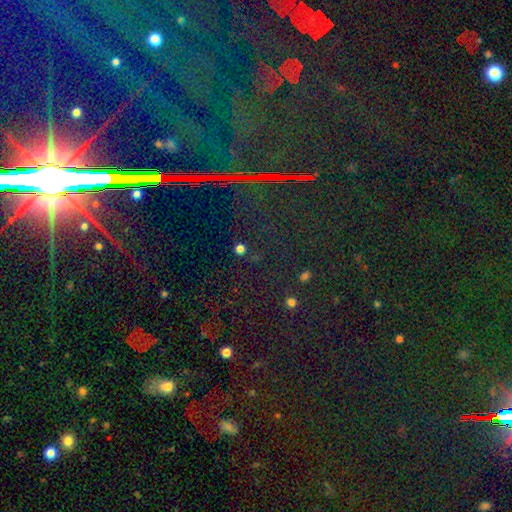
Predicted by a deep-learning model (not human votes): This is clearly a star or artifact rather than a galaxy (84%).